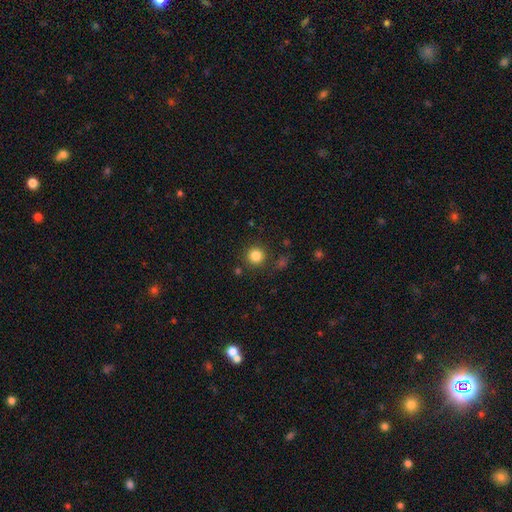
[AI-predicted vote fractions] Q: Smooth or featured?
A: smooth (84%); runner-up: star or artifact (12%)
Q: How rounded?
A: round (94%); runner-up: in between (5%)
Q: Merging?
A: none (87%); runner-up: minor disturbance (7%)